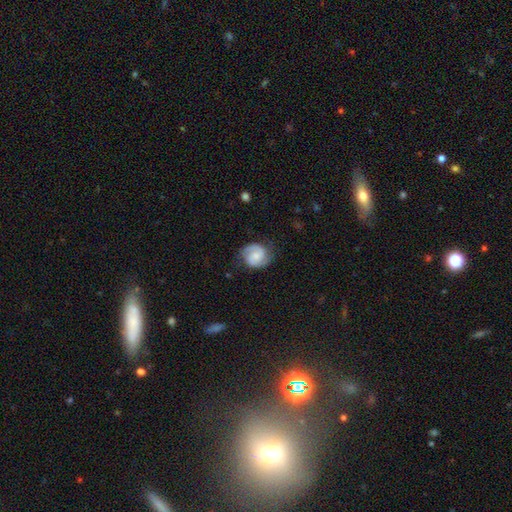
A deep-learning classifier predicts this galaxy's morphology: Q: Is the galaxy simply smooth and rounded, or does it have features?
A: featured or disk — 79%.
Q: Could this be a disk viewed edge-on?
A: no — 98%.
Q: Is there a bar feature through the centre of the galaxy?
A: no — 61%.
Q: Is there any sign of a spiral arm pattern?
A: yes — 97%.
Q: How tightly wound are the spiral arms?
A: tight — 45%.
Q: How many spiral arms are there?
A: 2 — 89%.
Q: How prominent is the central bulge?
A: small — 49%.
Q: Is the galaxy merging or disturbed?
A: none — 77%.